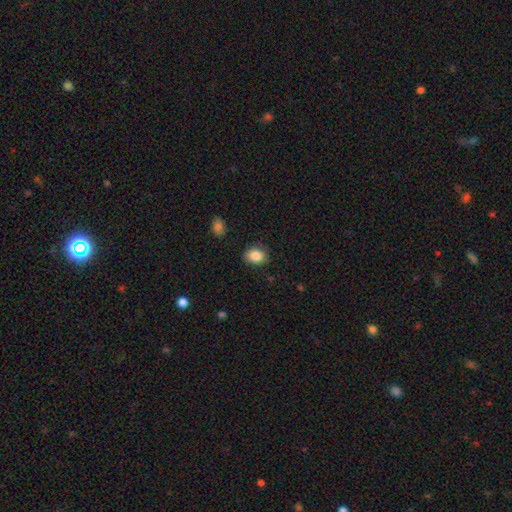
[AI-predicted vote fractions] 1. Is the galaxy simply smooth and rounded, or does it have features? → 86% smooth, 9% star or artifact, 6% featured or disk.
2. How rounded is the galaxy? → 51% in between, 48% round, 1% cigar-shaped.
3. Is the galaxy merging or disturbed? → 82% none, 13% minor disturbance, 3% major disturbance, 1% merger.